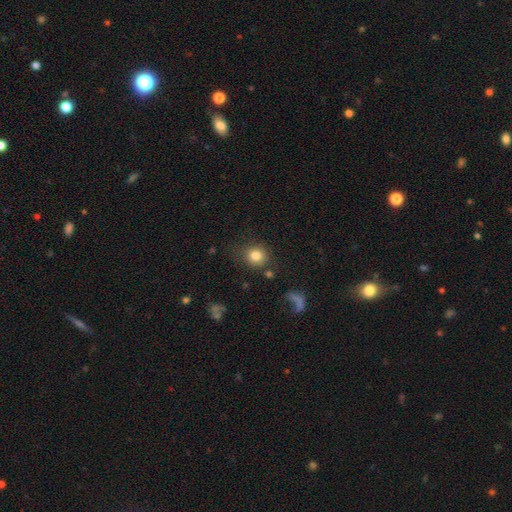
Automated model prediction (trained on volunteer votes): Overall: smooth (83%). How rounded: round (85%). Merging: none (75%).